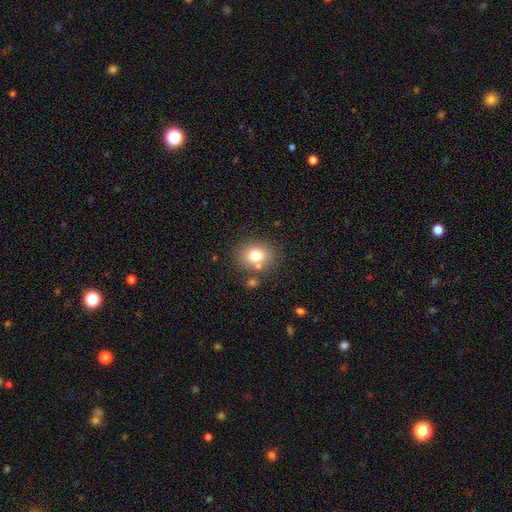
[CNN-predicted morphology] type=smooth (76%); roundness=round (60%); merging=none (74%).